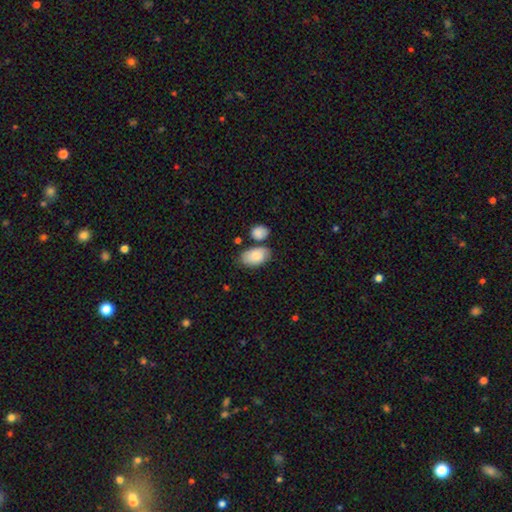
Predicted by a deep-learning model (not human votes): The model was most divided on "merging": none: 60%, minor disturbance: 20%, merger: 16%, major disturbance: 5%. More confident: how rounded — in between (93%); smooth or featured — smooth (80%).